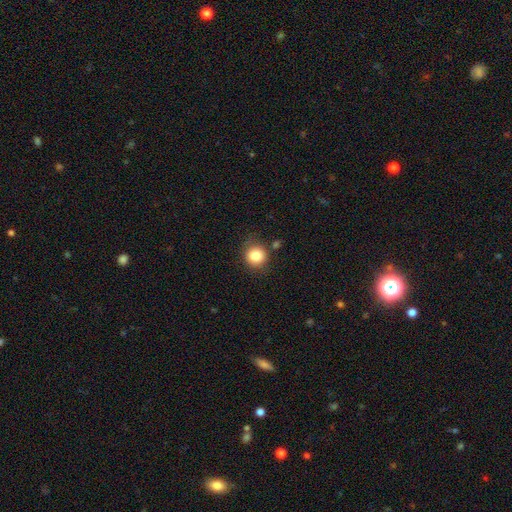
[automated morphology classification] A smooth galaxy with no disk features (84%) that is round (89%).

Vote fractions:
- Smooth or featured? smooth: 84% / star or artifact: 10% / featured or disk: 6%
- How rounded? round: 89% / in between: 10% / cigar-shaped: 1%
- Merging? none: 79% / minor disturbance: 12% / merger: 5% / major disturbance: 4%